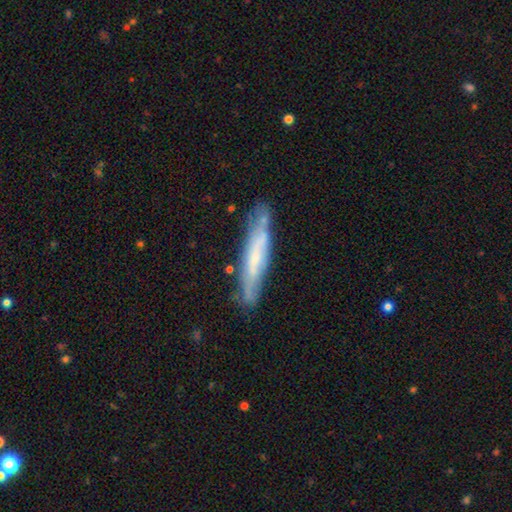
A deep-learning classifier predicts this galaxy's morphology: This appears to be a featured or disk galaxy (56%) viewed edge-on (69%). Merging: none (73%).